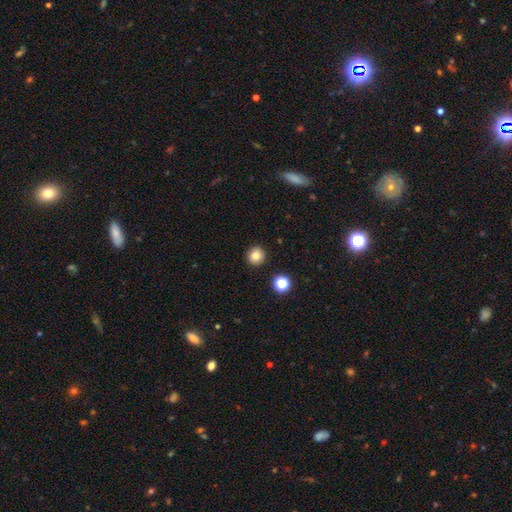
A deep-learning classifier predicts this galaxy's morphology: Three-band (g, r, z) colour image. It shows a smooth galaxy with no disk features (84%) that is round (91%). Merging: none (90%).